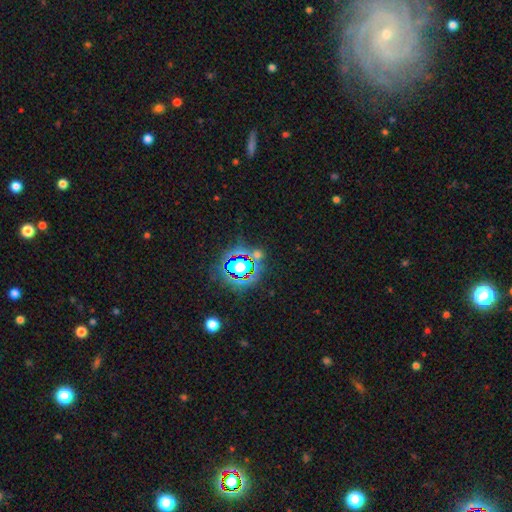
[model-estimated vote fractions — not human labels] A star or artifact, not a galaxy (73%).